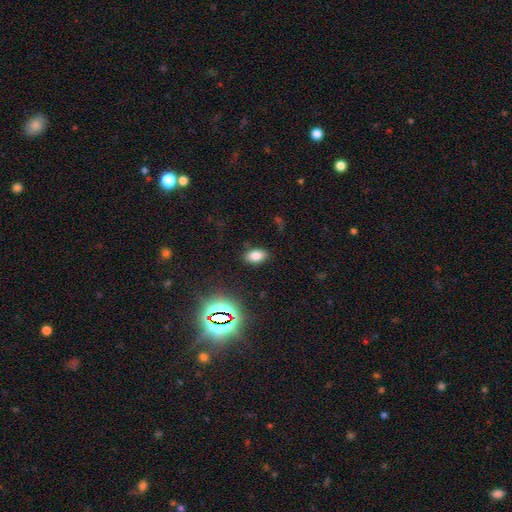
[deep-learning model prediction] This appears to be a smooth galaxy with no disk features (77%) that is in between round and cigar-shaped (88%). Merging: none (85%).